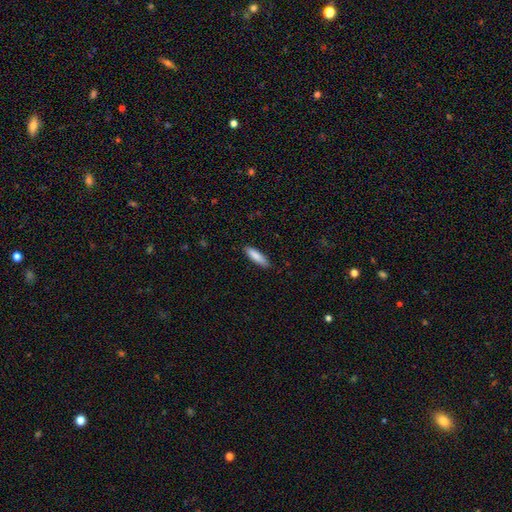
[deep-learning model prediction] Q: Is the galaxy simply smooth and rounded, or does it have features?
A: smooth — 86%.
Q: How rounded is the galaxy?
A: cigar-shaped — 63%.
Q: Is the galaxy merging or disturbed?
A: none — 87%.